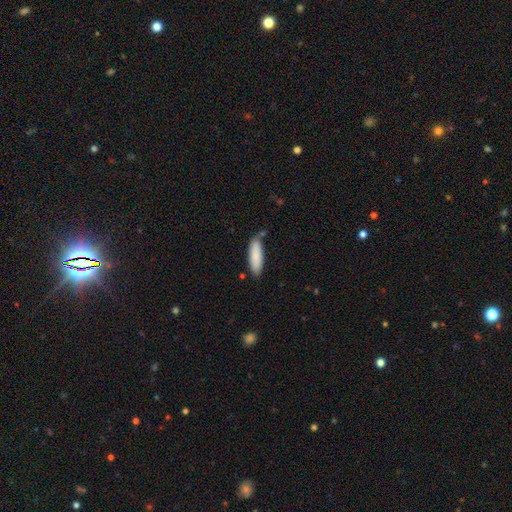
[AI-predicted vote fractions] Q: Smooth or featured?
A: smooth (87%); runner-up: featured or disk (7%)
Q: How rounded?
A: cigar-shaped (56%); runner-up: in between (43%)
Q: Merging?
A: none (75%); runner-up: minor disturbance (17%)